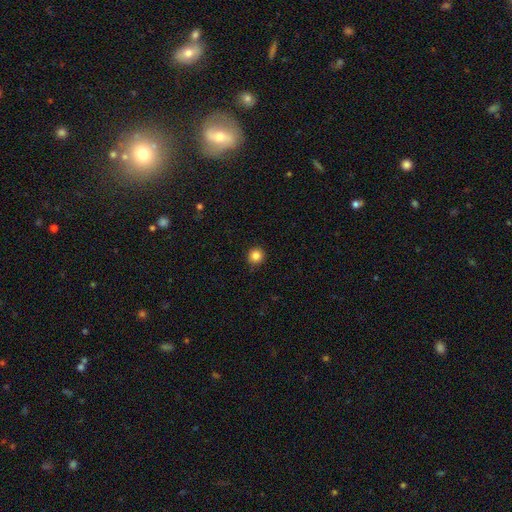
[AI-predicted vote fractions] smooth_or_featured: smooth (p=0.85) [alt: star or artifact p=0.11]
how_rounded: round (p=0.94) [alt: in between p=0.05]
merging: none (p=0.91) [alt: minor disturbance p=0.06]